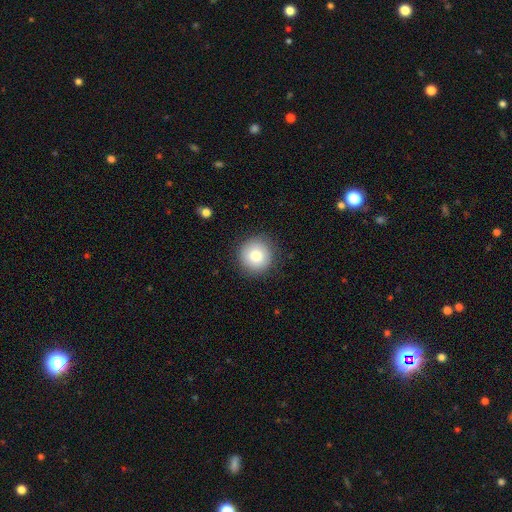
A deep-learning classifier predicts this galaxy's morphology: A smooth galaxy with no disk features (82%) that is round (94%). Merging: none (88%).